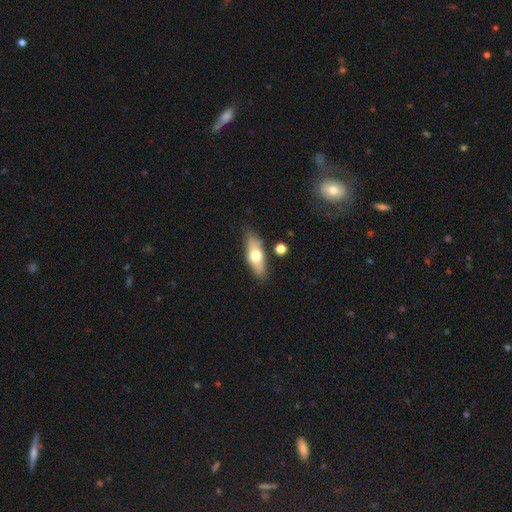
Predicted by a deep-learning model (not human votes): smooth_or_featured: smooth (p=0.57) [alt: featured or disk p=0.37]
how_rounded: in between (p=0.62) [alt: cigar-shaped p=0.34]
merging: none (p=0.75) [alt: minor disturbance p=0.16]